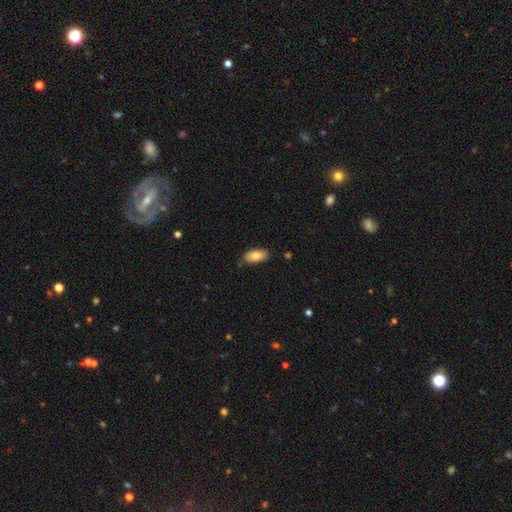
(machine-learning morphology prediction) Smooth or featured? Predicted: smooth (p=0.82). How rounded? Predicted: in between (p=0.92). Merging? Predicted: none (p=0.81).